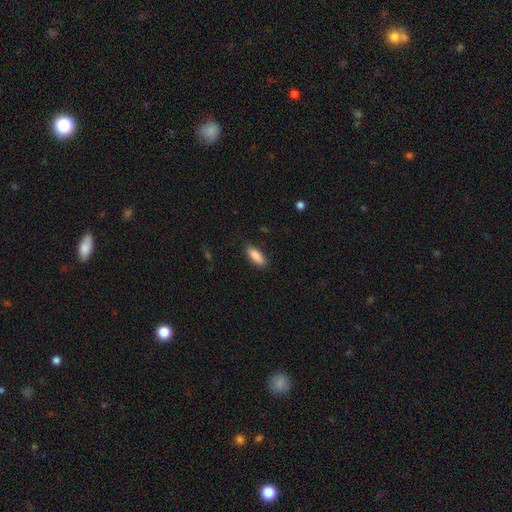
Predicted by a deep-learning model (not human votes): Q: Smooth or featured?
A: smooth (88%); runner-up: star or artifact (6%)
Q: How rounded?
A: in between (75%); runner-up: cigar-shaped (23%)
Q: Merging?
A: none (86%); runner-up: minor disturbance (10%)